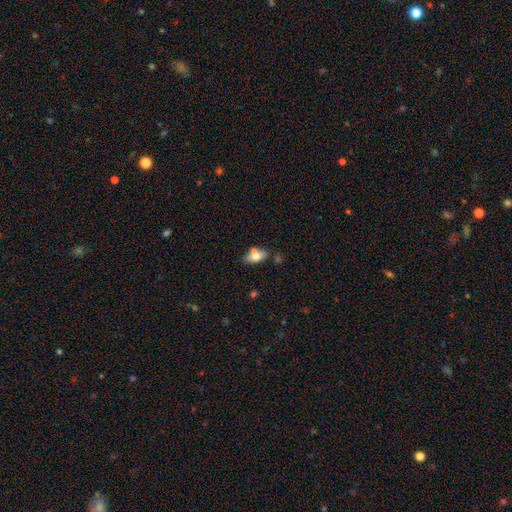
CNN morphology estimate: smooth 67%, featured or disk 25%, star or artifact 8%. Down the decision tree: how rounded — in between (84%); merging — none (53%).